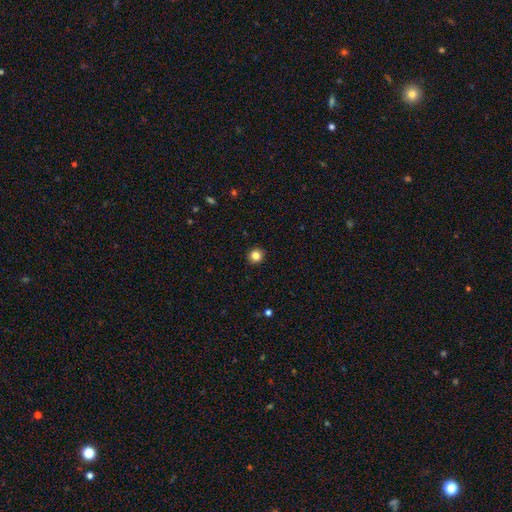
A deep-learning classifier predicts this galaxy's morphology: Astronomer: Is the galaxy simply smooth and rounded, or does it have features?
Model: smooth — 84%.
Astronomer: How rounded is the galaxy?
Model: round — 93%.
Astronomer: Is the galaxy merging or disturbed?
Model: none — 93%.